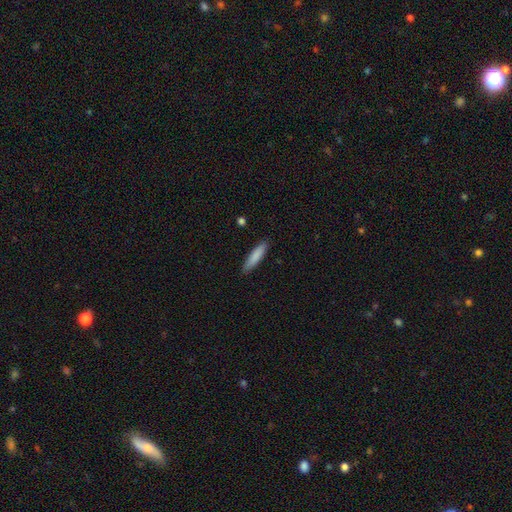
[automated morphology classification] The model was most divided on "how rounded": cigar-shaped: 82%, in between: 17%, round: 1%. More confident: merging — none (88%); smooth or featured — smooth (84%).